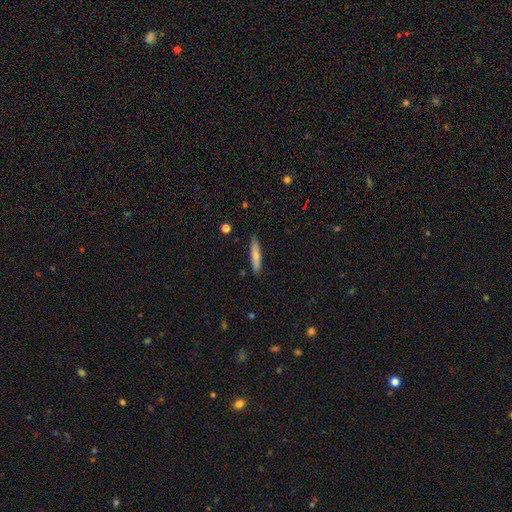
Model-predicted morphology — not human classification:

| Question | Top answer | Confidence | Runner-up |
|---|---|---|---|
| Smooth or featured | smooth | 73% | featured or disk (21%) |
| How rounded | cigar-shaped | 87% | in between (12%) |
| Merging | none | 87% | minor disturbance (10%) |